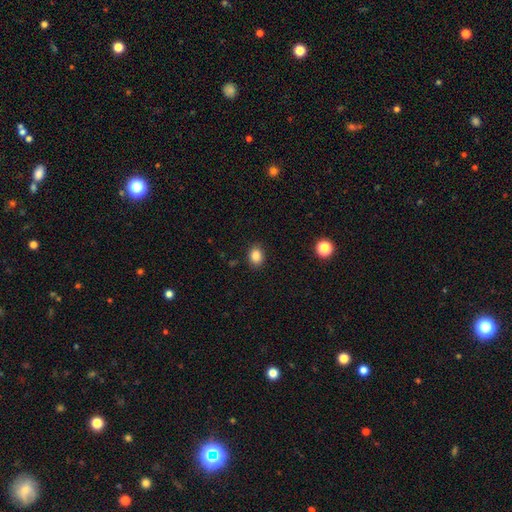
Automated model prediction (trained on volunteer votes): smooth-or-featured: smooth: 86% | star or artifact: 10% | featured or disk: 4%
  how-rounded: in between: 53% | round: 46% | cigar-shaped: 1%
  merging: none: 88% | minor disturbance: 9% | major disturbance: 2% | merger: 1%